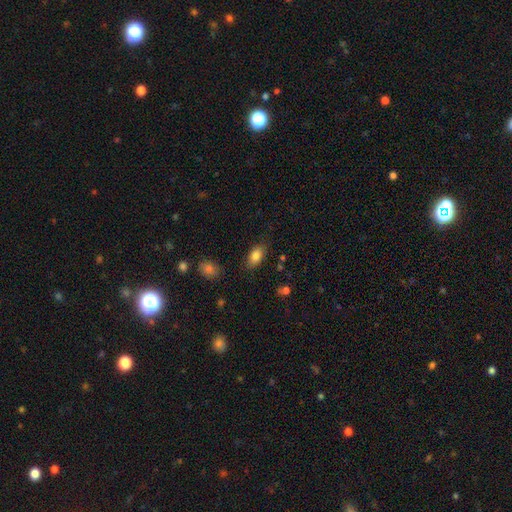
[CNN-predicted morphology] A smooth galaxy with no disk features (83%) that is in between round and cigar-shaped (90%).

Vote fractions:
- Smooth or featured? smooth: 83% / featured or disk: 8% / star or artifact: 8%
- How rounded? in between: 90% / round: 6% / cigar-shaped: 4%
- Merging? none: 82% / minor disturbance: 13% / major disturbance: 3% / merger: 2%